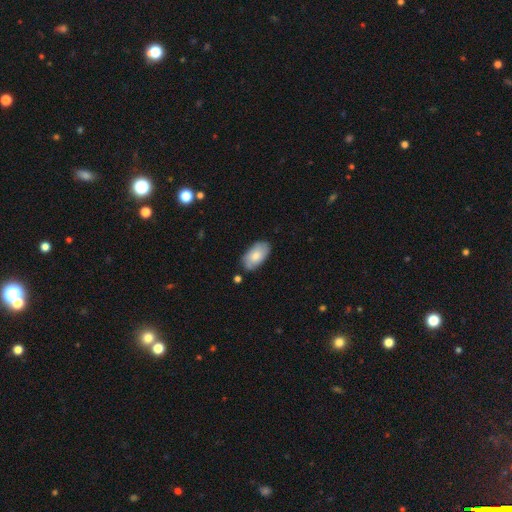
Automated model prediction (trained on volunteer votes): A smooth galaxy with no disk features (73%) that is in between round and cigar-shaped (95%). Merging: none (75%).